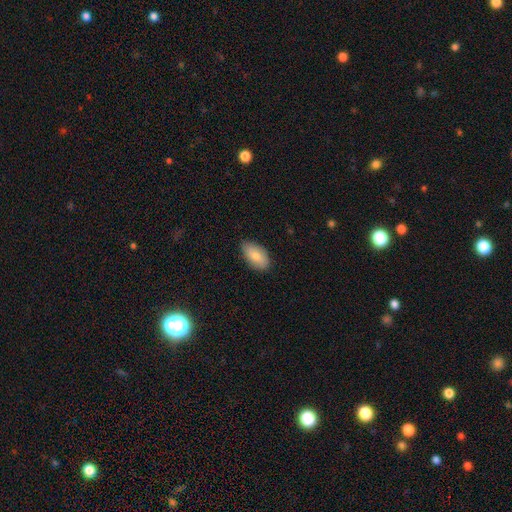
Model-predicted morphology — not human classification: A smooth galaxy with no disk features (81%) that is in between round and cigar-shaped (94%). Merging: none (77%).